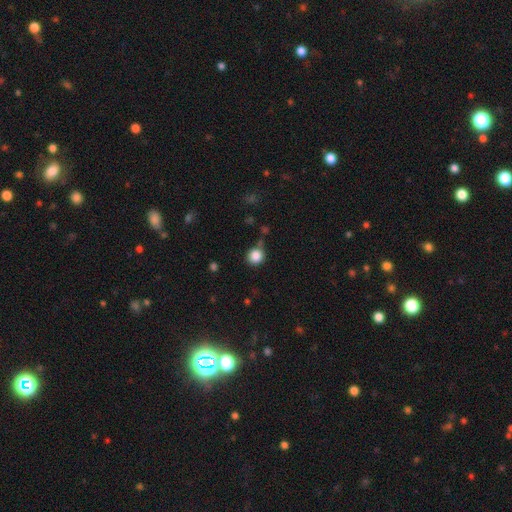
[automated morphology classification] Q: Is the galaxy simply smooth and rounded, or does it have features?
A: smooth — 85%.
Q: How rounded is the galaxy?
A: round — 92%.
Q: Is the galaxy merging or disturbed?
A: none — 75%.